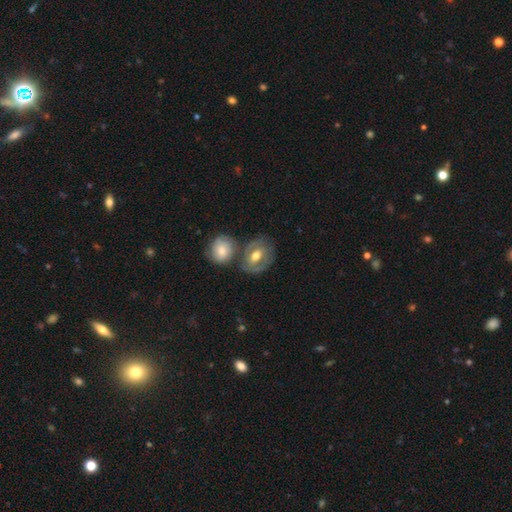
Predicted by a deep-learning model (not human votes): Smooth or featured? Predicted: featured or disk (p=0.50). Merging? Predicted: none (p=0.60).